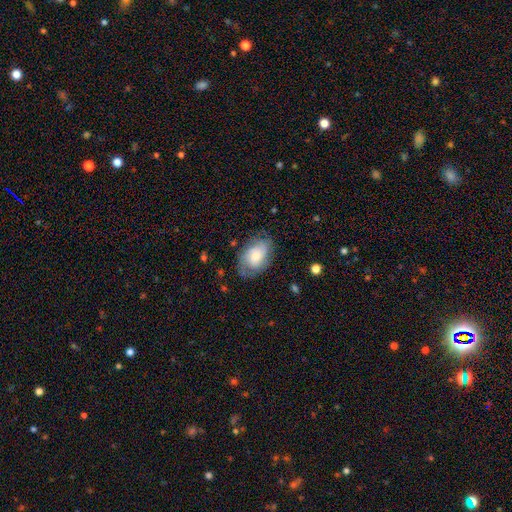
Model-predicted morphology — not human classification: smooth-or-featured: featured or disk: 51% | smooth: 42% | star or artifact: 7%
  disk-edge-on: no: 95% | yes: 5%
  merging: none: 72% | minor disturbance: 20% | major disturbance: 7% | merger: 1%